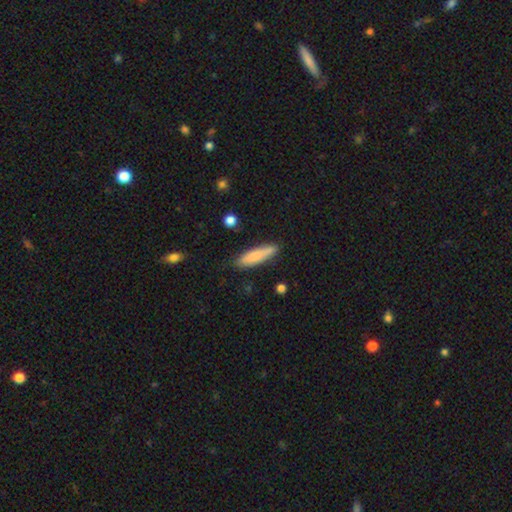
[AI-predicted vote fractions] A smooth galaxy with no disk features (82%) that is cigar-shaped (72%). Merging: none (81%).